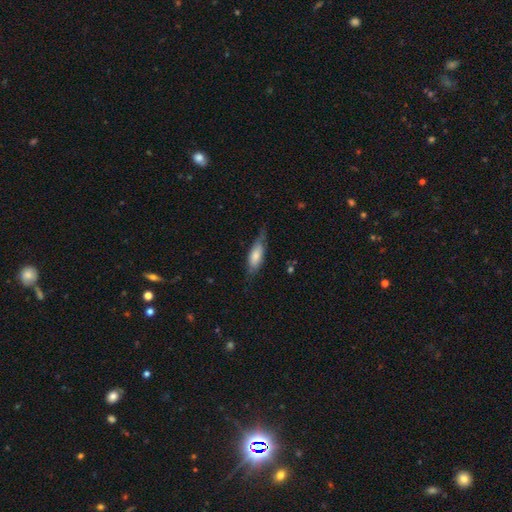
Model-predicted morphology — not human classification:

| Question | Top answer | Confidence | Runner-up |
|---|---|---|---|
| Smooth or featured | smooth | 65% | featured or disk (29%) |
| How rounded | in between | 60% | cigar-shaped (38%) |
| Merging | none | 60% | minor disturbance (28%) |